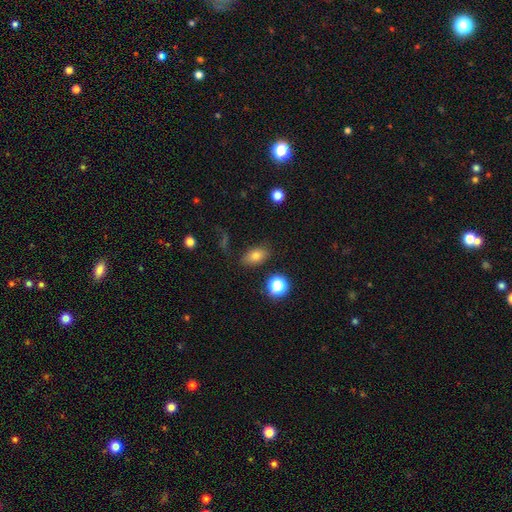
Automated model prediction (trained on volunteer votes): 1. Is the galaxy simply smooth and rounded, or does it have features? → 76% smooth, 13% star or artifact, 11% featured or disk.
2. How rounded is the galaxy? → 84% in between, 14% round, 2% cigar-shaped.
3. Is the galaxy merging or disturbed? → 81% none, 12% minor disturbance, 4% major disturbance, 3% merger.